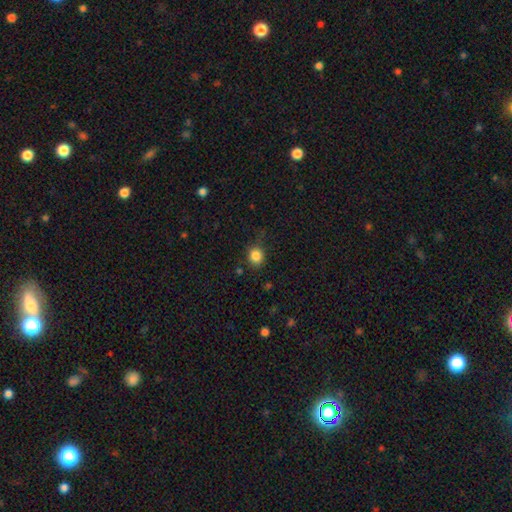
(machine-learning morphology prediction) This appears to be a smooth galaxy with no disk features (85%) that is round (79%). Merging: none (80%).